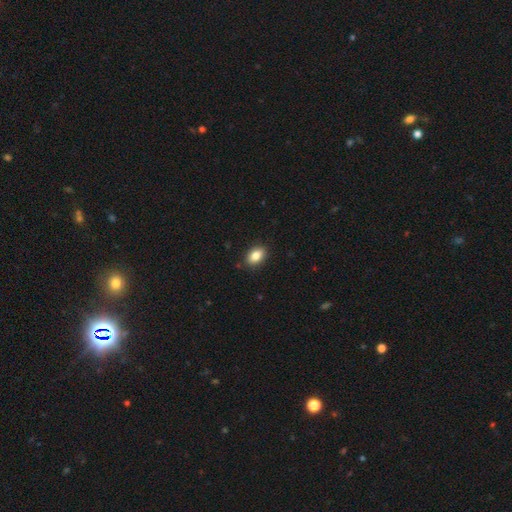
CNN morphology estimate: smooth-or-featured: smooth: 84% | featured or disk: 8% | star or artifact: 8%
  how-rounded: in between: 85% | round: 14% | cigar-shaped: 2%
  merging: none: 88% | minor disturbance: 9% | major disturbance: 2% | merger: 1%